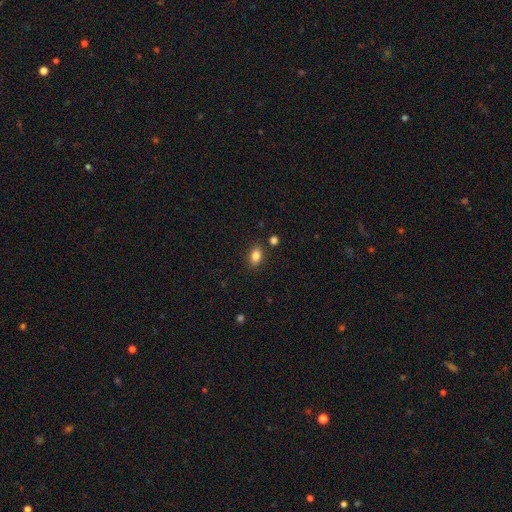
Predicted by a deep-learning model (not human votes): A smooth galaxy with no disk features (84%) that is in between round and cigar-shaped (80%). Merging: none (84%).